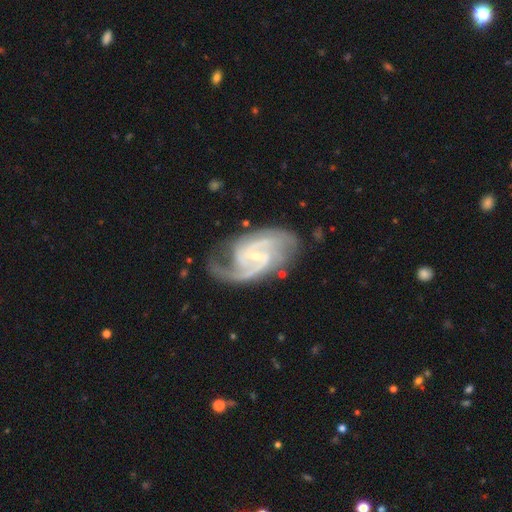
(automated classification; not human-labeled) Smooth or featured: featured or disk — 93% (star or artifact — 4%)
Edge-on disk: no — 98% (yes — 2%)
Bar: weak — 53% (strong — 24%)
Spiral arms: yes — 98% (no — 2%)
Spiral winding: medium — 58% (tight — 27%)
Spiral arm count: 2 — 74% (3 — 11%)
Bulge size: small — 76% (moderate — 19%)
Merging: none — 70% (minor disturbance — 19%)